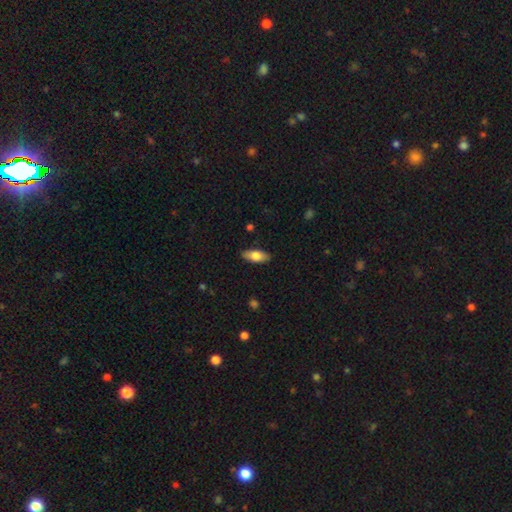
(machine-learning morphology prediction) A smooth galaxy with no disk features (75%) that is in between round and cigar-shaped (82%). Merging: none (88%).